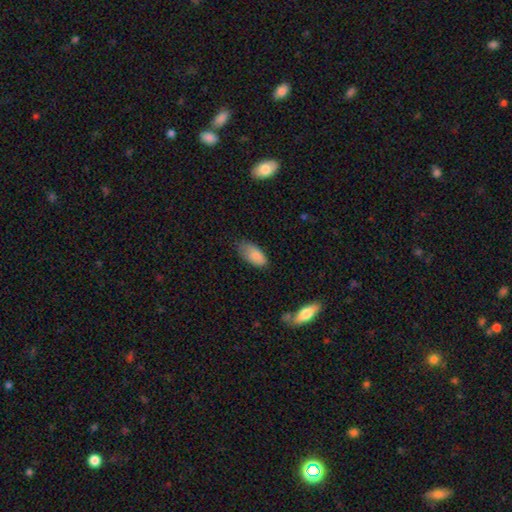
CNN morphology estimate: smooth 85%, featured or disk 8%, star or artifact 7%. Down the decision tree: how rounded — in between (92%); merging — none (56%).